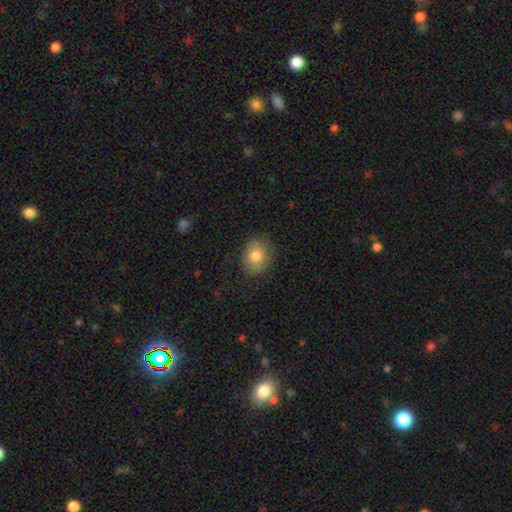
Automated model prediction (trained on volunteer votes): Smooth or featured? Predicted: smooth (p=0.80). How rounded? Predicted: in between (p=0.54). Merging? Predicted: none (p=0.82).